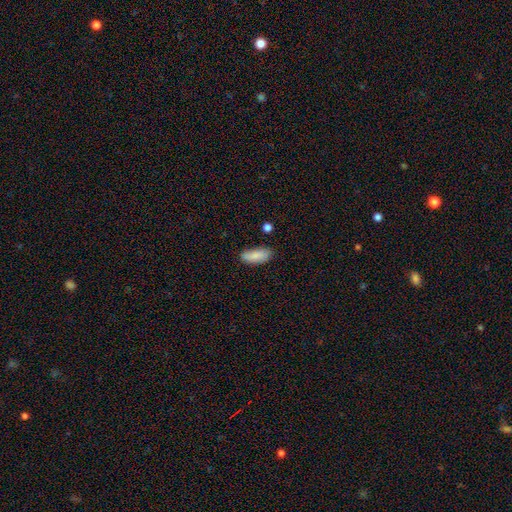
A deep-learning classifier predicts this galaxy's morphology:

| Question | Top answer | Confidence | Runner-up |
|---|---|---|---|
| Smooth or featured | smooth | 86% | featured or disk (7%) |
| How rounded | in between | 76% | cigar-shaped (22%) |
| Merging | none | 76% | minor disturbance (18%) |